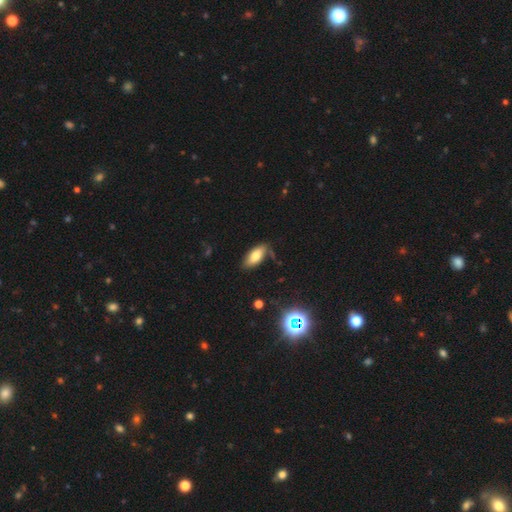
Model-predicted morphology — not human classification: Smooth or featured?
  - smooth: 74% *
  - featured or disk: 17%
  - star or artifact: 9%
How rounded?
  - in between: 85% *
  - cigar-shaped: 13%
  - round: 3%
Merging?
  - none: 72% *
  - minor disturbance: 20%
  - major disturbance: 4%
  - merger: 3%